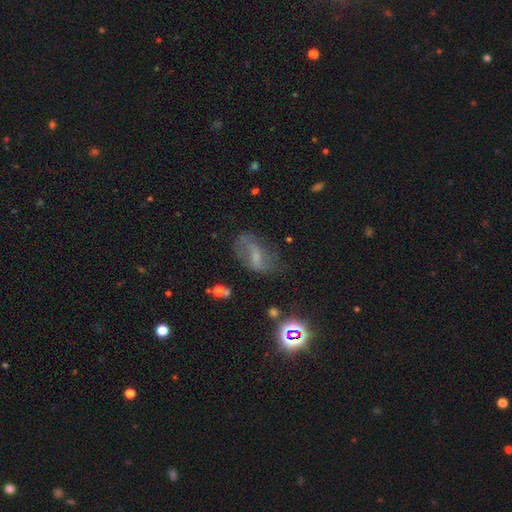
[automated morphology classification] featured or disk 48%, smooth 33%, star or artifact 19%. Down the decision tree: merging — none (55%).